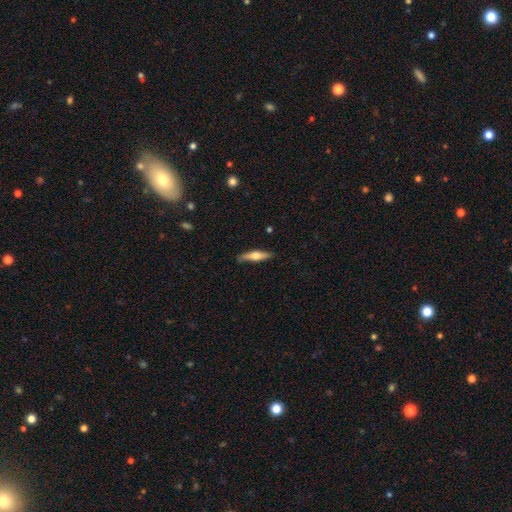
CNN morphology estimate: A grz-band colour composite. It shows a featured or disk galaxy (48%). Merging: none (85%).